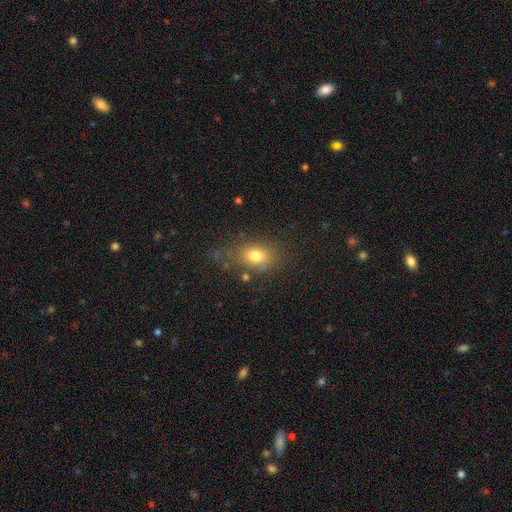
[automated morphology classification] Smooth or featured? smooth (76%)
How rounded? in between (71%)
Merging? none (66%)